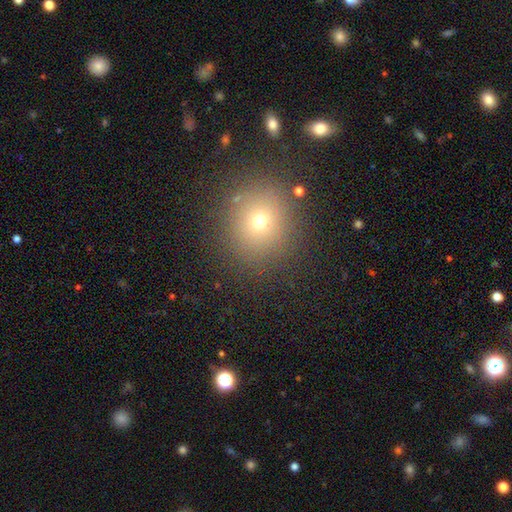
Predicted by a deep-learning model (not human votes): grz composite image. It shows a smooth galaxy with no disk features (62%) that is round (89%). Merging: none (89%).